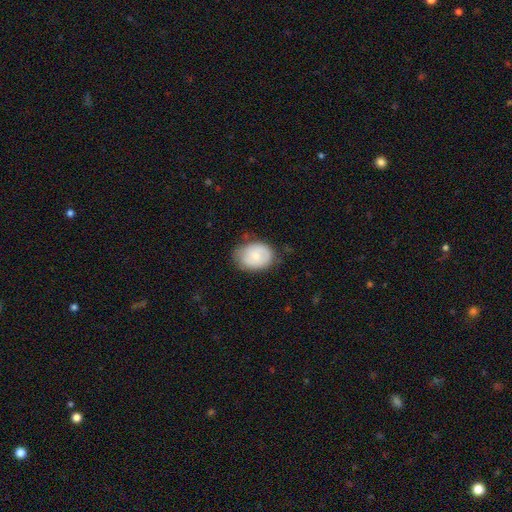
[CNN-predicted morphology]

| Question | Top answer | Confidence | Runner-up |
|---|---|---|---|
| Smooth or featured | smooth | 71% | featured or disk (22%) |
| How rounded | in between | 63% | round (36%) |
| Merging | none | 67% | minor disturbance (25%) |